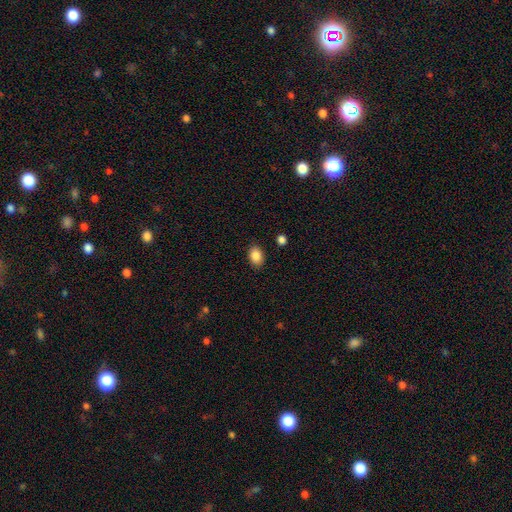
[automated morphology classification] A smooth galaxy with no disk features (86%) that is in between round and cigar-shaped (73%).

Vote fractions:
- Smooth or featured? smooth: 86% / star or artifact: 9% / featured or disk: 5%
- How rounded? in between: 73% / round: 26% / cigar-shaped: 1%
- Merging? none: 87% / minor disturbance: 9% / major disturbance: 2% / merger: 2%